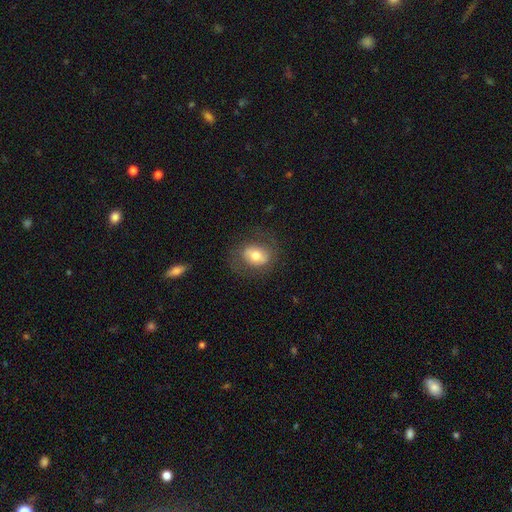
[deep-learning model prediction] A smooth galaxy with no disk features (63%) that is in between round and cigar-shaped (56%). Merging: none (74%).